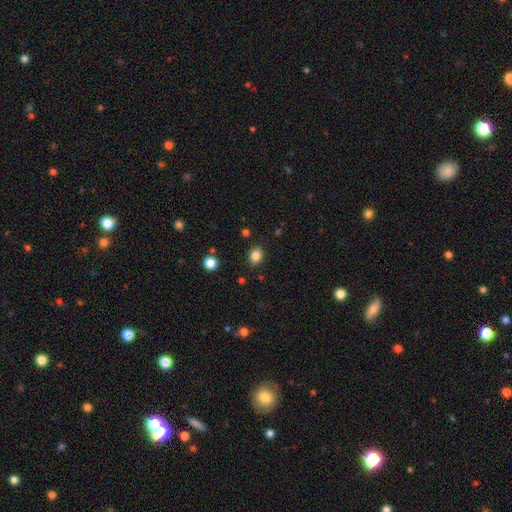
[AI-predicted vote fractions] This appears to be a smooth galaxy with no disk features (84%) that is in between round and cigar-shaped (56%). Merging: none (87%).